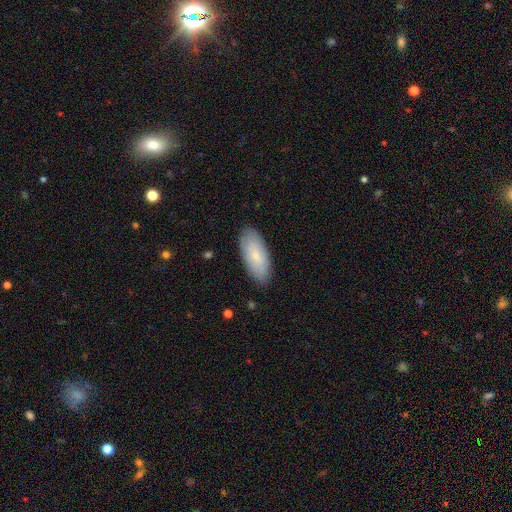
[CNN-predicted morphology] Q: Smooth or featured?
A: smooth (74%); runner-up: featured or disk (20%)
Q: How rounded?
A: in between (87%); runner-up: cigar-shaped (12%)
Q: Merging?
A: none (85%); runner-up: minor disturbance (12%)